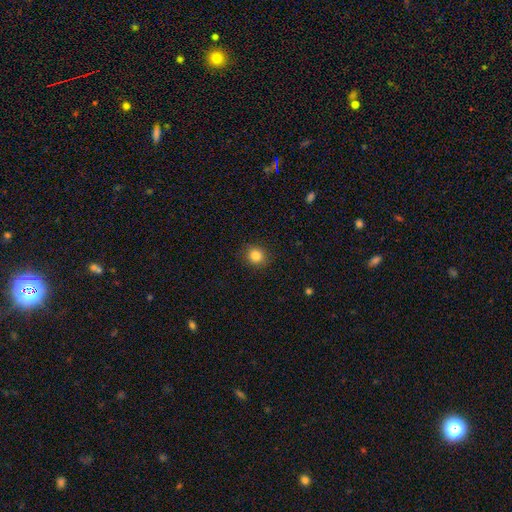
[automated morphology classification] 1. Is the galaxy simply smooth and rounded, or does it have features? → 85% smooth, 11% star or artifact, 5% featured or disk.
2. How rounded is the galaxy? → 86% round, 14% in between, 1% cigar-shaped.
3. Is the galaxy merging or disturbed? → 89% none, 7% minor disturbance, 2% major disturbance, 1% merger.